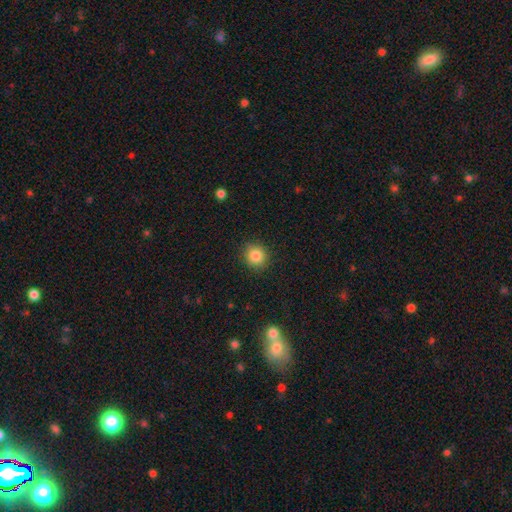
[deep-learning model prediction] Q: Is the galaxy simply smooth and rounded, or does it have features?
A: smooth — 84%.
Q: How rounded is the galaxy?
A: round — 88%.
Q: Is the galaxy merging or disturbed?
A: none — 90%.